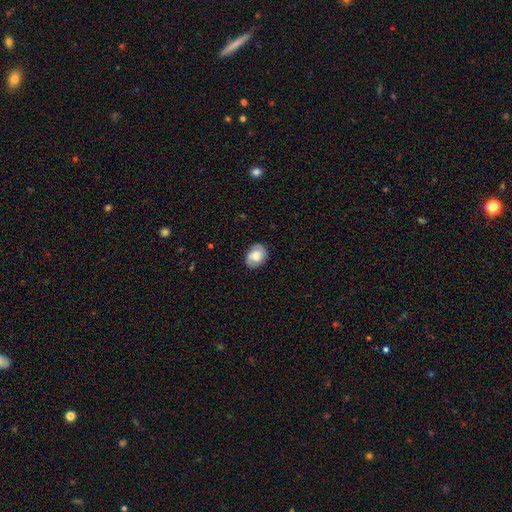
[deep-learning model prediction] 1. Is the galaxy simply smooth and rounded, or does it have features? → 53% smooth, 39% featured or disk, 8% star or artifact.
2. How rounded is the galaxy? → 63% in between, 35% round, 1% cigar-shaped.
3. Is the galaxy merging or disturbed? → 81% none, 15% minor disturbance, 4% major disturbance, 1% merger.